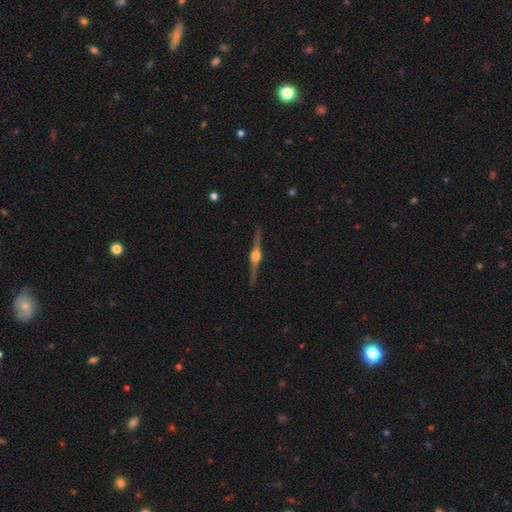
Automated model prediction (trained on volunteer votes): Q: Smooth or featured?
A: featured or disk (89%); runner-up: smooth (6%)
Q: Edge-on disk?
A: yes (98%); runner-up: no (2%)
Q: Edge-on bulge?
A: rounded (94%); runner-up: boxy (5%)
Q: Merging?
A: none (91%); runner-up: minor disturbance (6%)